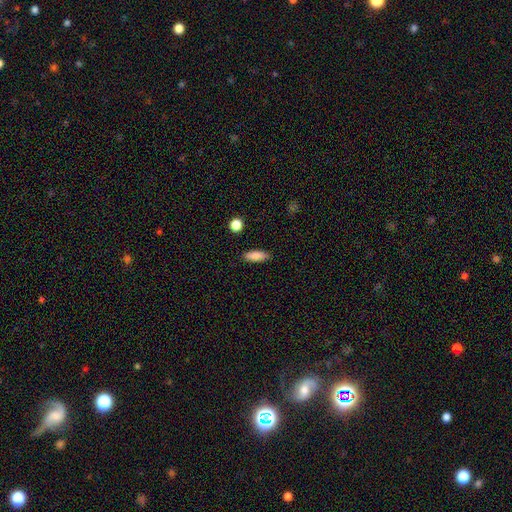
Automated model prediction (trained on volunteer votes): Q: Smooth or featured?
A: smooth (85%); runner-up: featured or disk (8%)
Q: How rounded?
A: in between (67%); runner-up: cigar-shaped (31%)
Q: Merging?
A: none (87%); runner-up: minor disturbance (9%)